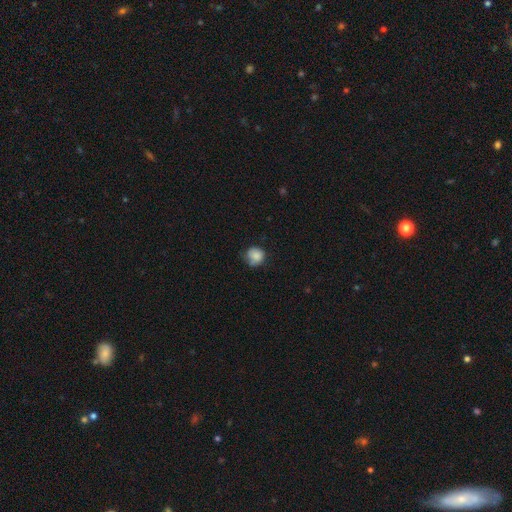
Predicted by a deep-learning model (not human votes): Overall: smooth (78%). How rounded: round (79%). Merging: none (51%; minor disturbance 34%).